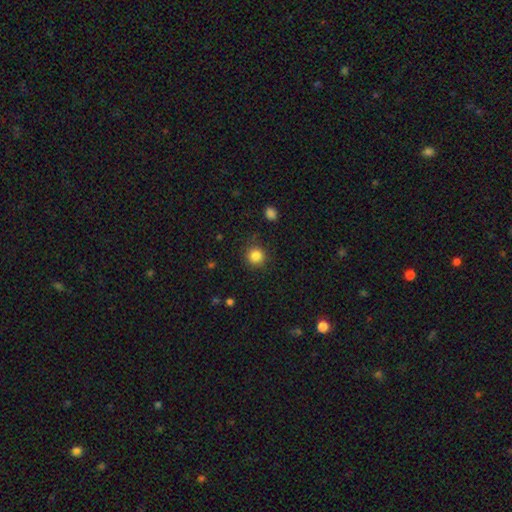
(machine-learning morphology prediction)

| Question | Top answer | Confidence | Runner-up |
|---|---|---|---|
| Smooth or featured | smooth | 85% | star or artifact (11%) |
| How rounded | round | 92% | in between (7%) |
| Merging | none | 87% | minor disturbance (8%) |